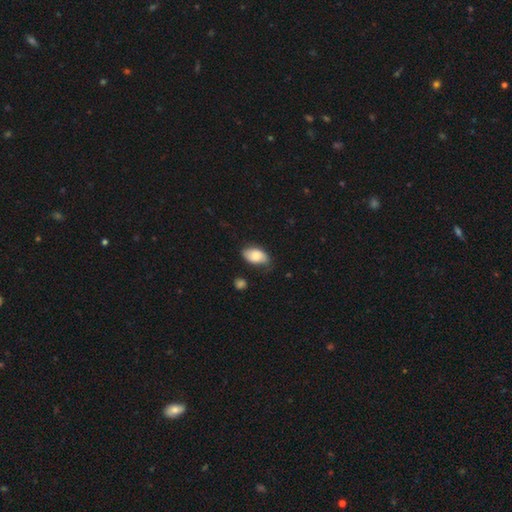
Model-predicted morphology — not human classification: This appears to be a smooth galaxy with no disk features (77%) that is in between round and cigar-shaped (93%). Merging: none (62%).